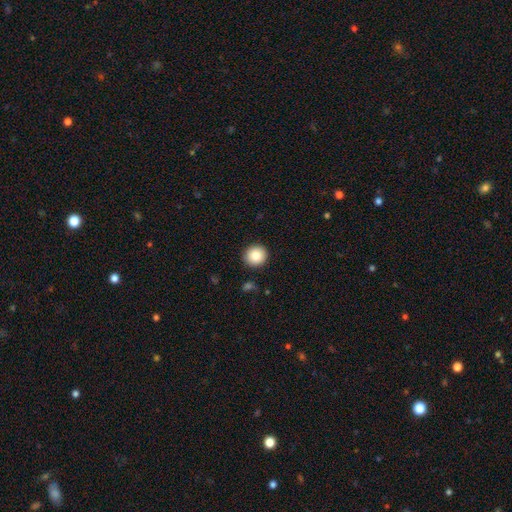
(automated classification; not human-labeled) Morphology: type=smooth (86%); roundness=round (92%); merging=none (91%).